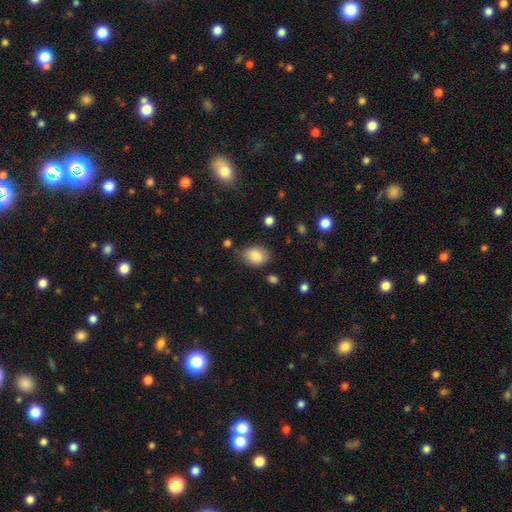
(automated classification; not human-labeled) Q: Smooth or featured?
A: smooth (86%); runner-up: star or artifact (8%)
Q: How rounded?
A: in between (70%); runner-up: round (29%)
Q: Merging?
A: none (76%); runner-up: minor disturbance (17%)